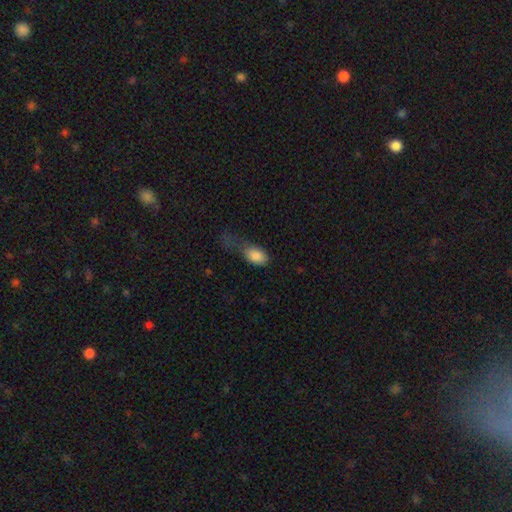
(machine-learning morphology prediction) smooth-or-featured: smooth: 84% | featured or disk: 8% | star or artifact: 8%
  how-rounded: in between: 88% | round: 9% | cigar-shaped: 3%
  merging: major disturbance: 46% | minor disturbance: 28% | none: 21% | merger: 5%